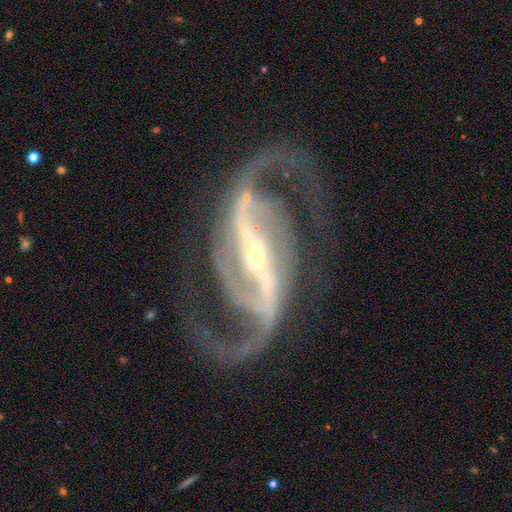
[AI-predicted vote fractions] This is clearly a featured or disk galaxy (94%). It is clearly not viewed edge-on (97%). Bar: clearly strong (80%). Spiral arm pattern: clearly yes (98%). Spiral arm count: clearly 2 (89%). Spiral winding: possibly medium (55%). Central bulge: likely small (74%). Merging: likely none (74%).